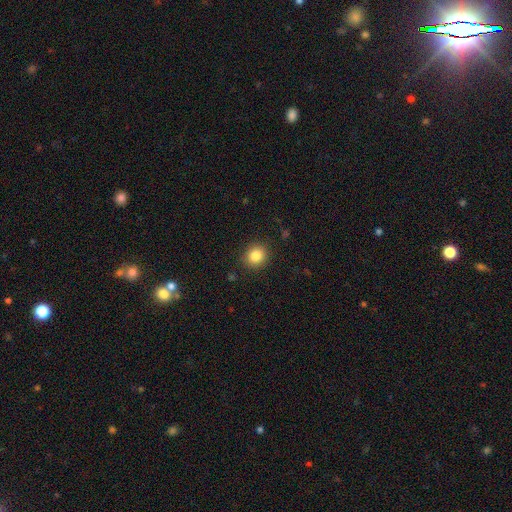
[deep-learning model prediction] Smooth or featured? Predicted: smooth (p=0.84). How rounded? Predicted: round (p=0.83). Merging? Predicted: none (p=0.89).